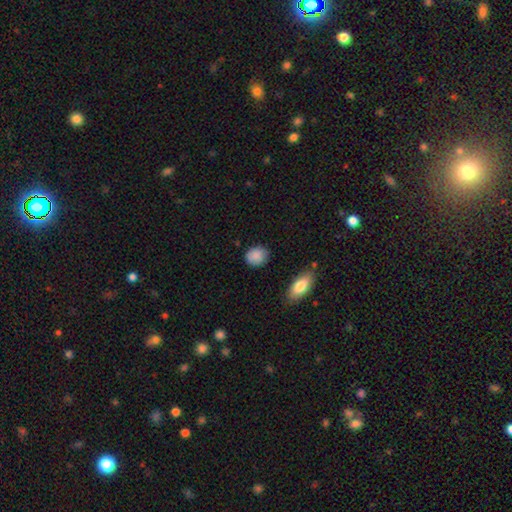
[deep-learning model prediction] smooth_or_featured: smooth (p=0.87) [alt: star or artifact p=0.07]
how_rounded: round (p=0.63) [alt: in between p=0.35]
merging: none (p=0.80) [alt: minor disturbance p=0.15]